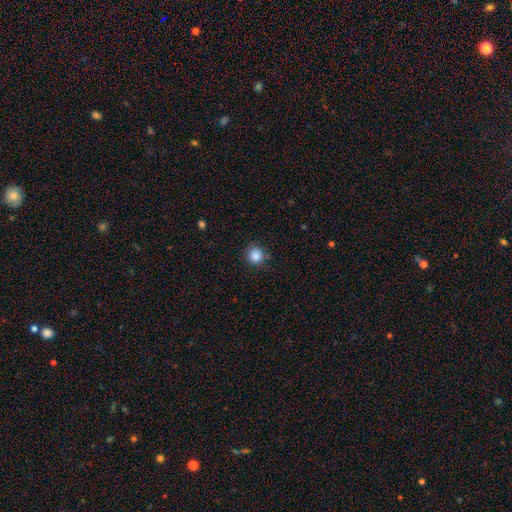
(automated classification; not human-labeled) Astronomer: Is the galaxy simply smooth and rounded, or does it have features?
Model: smooth — 86%.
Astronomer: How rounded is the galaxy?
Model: round — 92%.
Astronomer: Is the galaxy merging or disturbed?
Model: none — 86%.